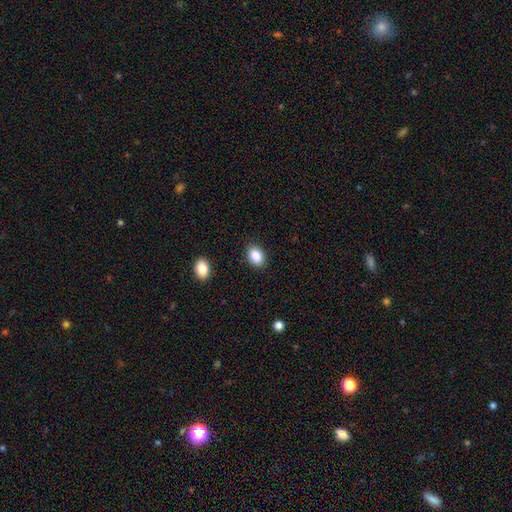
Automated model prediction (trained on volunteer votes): smooth_or_featured: smooth (p=0.87) [alt: star or artifact p=0.08]
how_rounded: in between (p=0.80) [alt: round p=0.19]
merging: none (p=0.88) [alt: minor disturbance p=0.08]